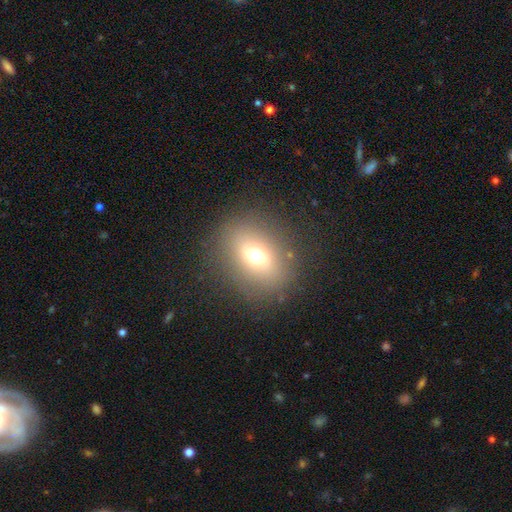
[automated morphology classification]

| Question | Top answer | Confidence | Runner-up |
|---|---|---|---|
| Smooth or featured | smooth | 63% | featured or disk (21%) |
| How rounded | round | 53% | in between (45%) |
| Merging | none | 84% | minor disturbance (10%) |